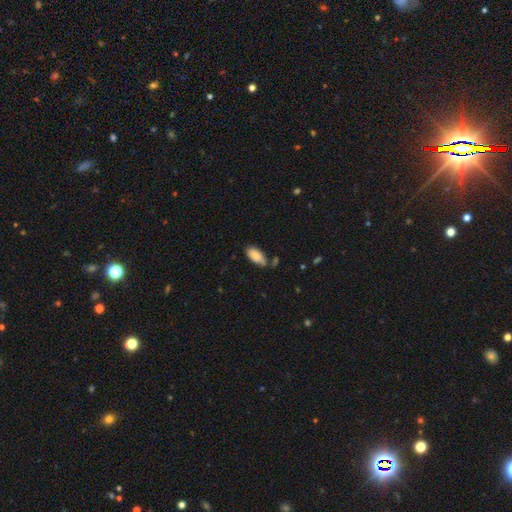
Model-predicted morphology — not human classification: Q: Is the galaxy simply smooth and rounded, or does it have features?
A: smooth — 85%.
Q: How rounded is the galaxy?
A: in between — 91%.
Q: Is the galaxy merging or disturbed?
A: none — 61%.